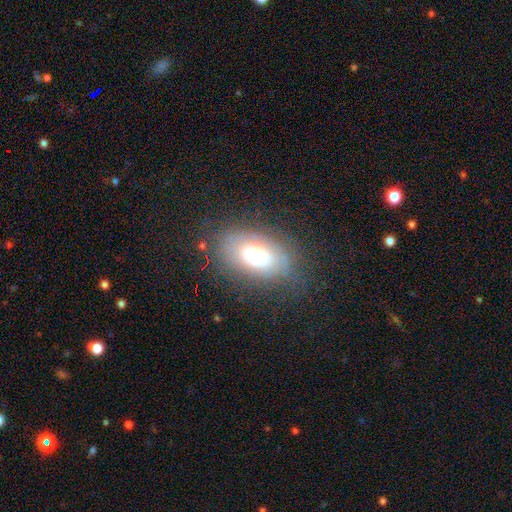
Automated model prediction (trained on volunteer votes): Q: Smooth or featured?
A: smooth (54%); runner-up: featured or disk (35%)
Q: How rounded?
A: in between (89%); runner-up: round (9%)
Q: Merging?
A: none (75%); runner-up: minor disturbance (17%)